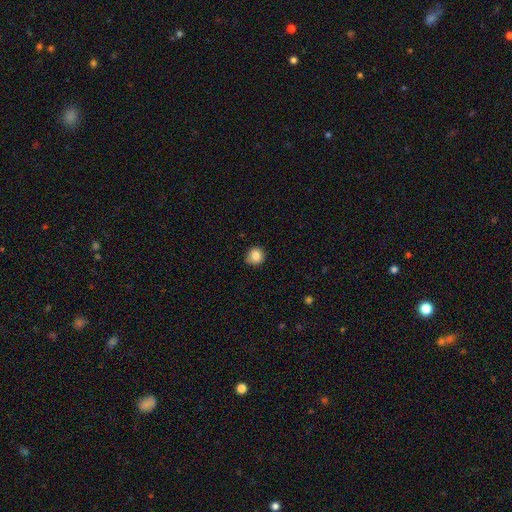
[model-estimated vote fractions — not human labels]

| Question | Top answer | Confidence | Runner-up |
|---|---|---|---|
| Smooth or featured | smooth | 84% | star or artifact (10%) |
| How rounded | round | 91% | in between (8%) |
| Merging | none | 84% | minor disturbance (12%) |